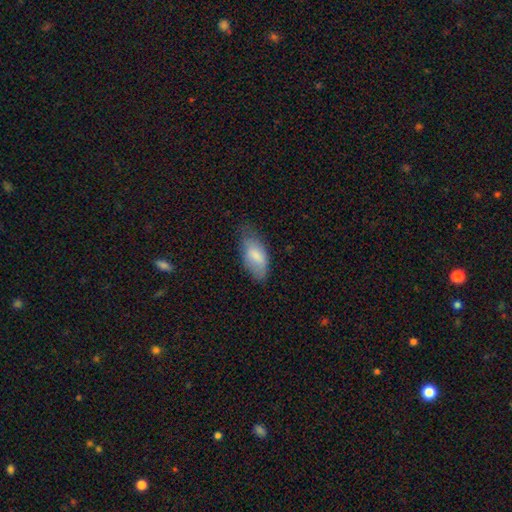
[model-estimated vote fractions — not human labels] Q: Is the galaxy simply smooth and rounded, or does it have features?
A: smooth — 78%.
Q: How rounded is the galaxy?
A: in between — 91%.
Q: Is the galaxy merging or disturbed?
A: none — 61%.